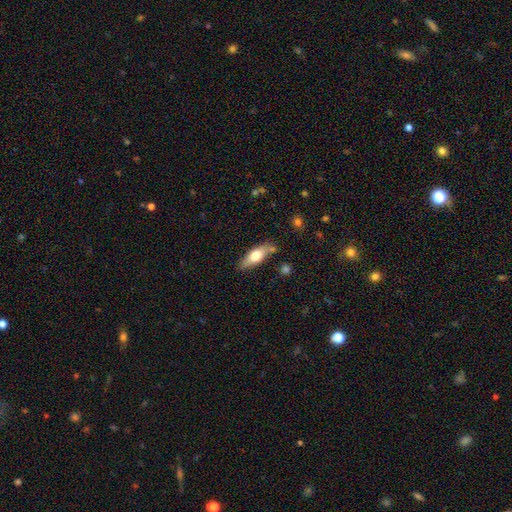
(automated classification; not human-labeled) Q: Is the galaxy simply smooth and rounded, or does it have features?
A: smooth — 56%.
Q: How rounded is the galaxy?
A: in between — 58%.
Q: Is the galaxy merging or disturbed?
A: none — 74%.